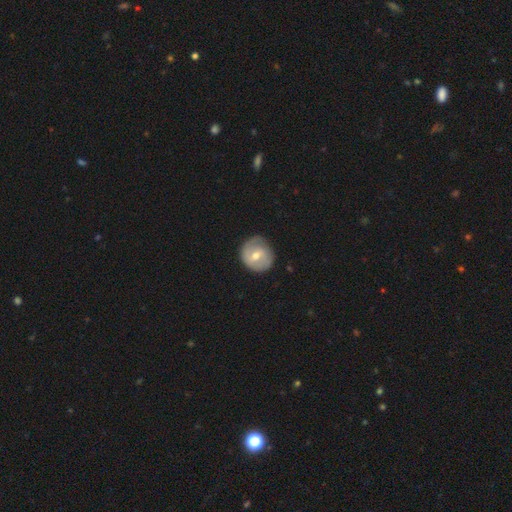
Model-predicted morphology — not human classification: Overall: featured or disk (53%; smooth 41%). Edge-on disk: no (96%). Bar: weak (51%; no 34%). Spiral arms: yes (69%; no 31%). Bulge size: moderate (65%; small 31%). Merging: none (74%).